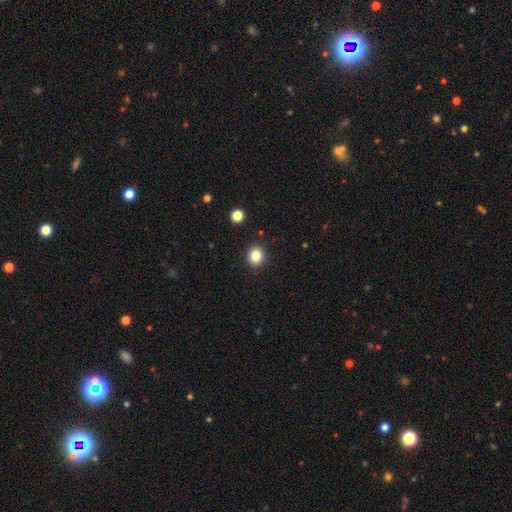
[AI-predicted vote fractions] A smooth galaxy with no disk features (85%) that is round (71%). Merging: none (90%).